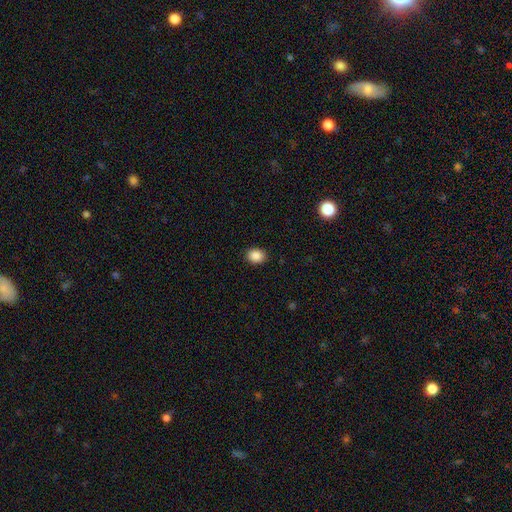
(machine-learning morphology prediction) type=smooth (88%); roundness=in between (51%); merging=none (90%).